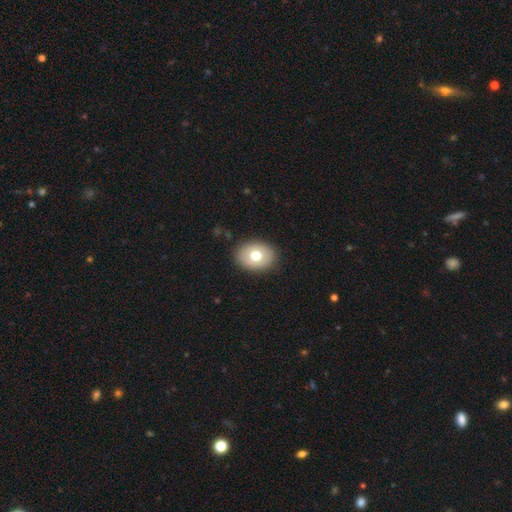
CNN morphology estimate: Q: Smooth or featured?
A: smooth (67%); runner-up: featured or disk (25%)
Q: How rounded?
A: in between (63%); runner-up: round (36%)
Q: Merging?
A: none (88%); runner-up: minor disturbance (8%)